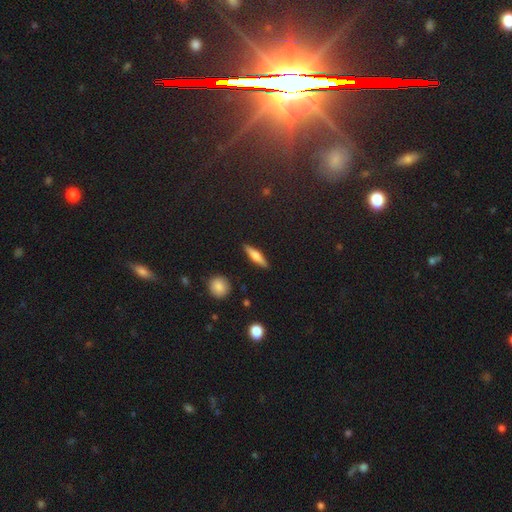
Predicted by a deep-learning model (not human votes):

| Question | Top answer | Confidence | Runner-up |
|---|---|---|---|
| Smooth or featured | smooth | 50% | featured or disk (43%) |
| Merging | none | 90% | minor disturbance (7%) |